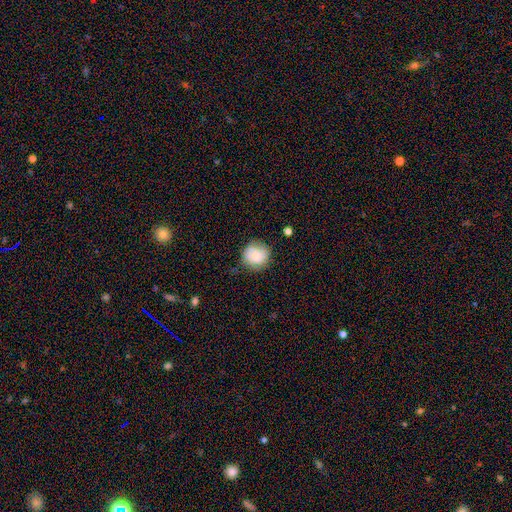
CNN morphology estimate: Q: Smooth or featured?
A: smooth (71%); runner-up: featured or disk (21%)
Q: How rounded?
A: round (88%); runner-up: in between (11%)
Q: Merging?
A: none (73%); runner-up: minor disturbance (20%)